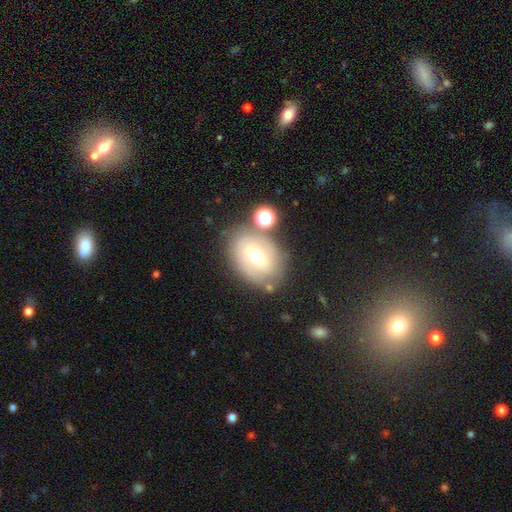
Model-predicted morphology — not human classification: smooth 49%, featured or disk 40%, star or artifact 10%. Down the decision tree: merging — none (67%).